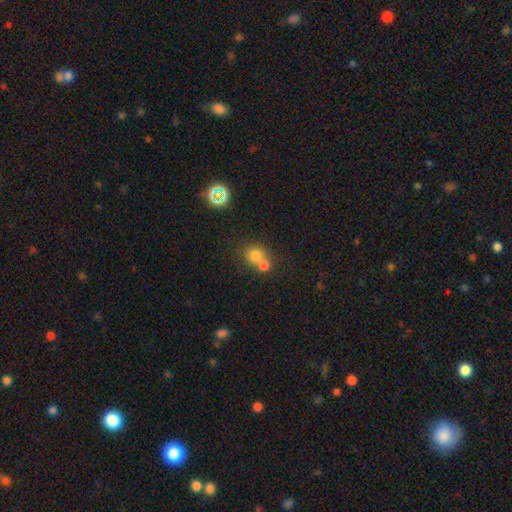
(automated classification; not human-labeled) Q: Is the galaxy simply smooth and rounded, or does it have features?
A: smooth — 75%.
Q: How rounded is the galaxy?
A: round — 84%.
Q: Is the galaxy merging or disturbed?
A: merger — 52%.